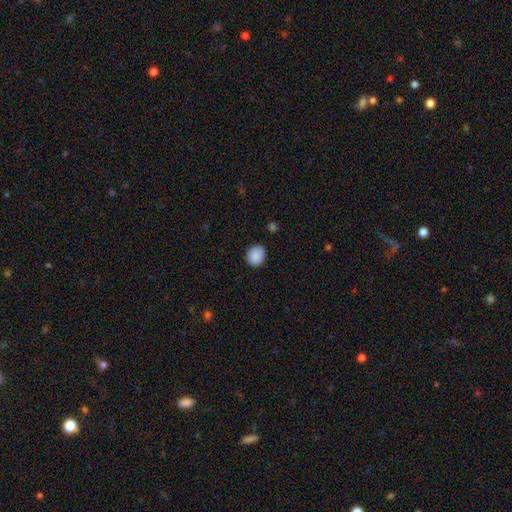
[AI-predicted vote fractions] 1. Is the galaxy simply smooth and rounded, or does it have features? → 89% smooth, 8% star or artifact, 3% featured or disk.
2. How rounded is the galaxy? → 65% round, 35% in between, 1% cigar-shaped.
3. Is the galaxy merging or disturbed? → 84% none, 13% minor disturbance, 2% major disturbance, 1% merger.